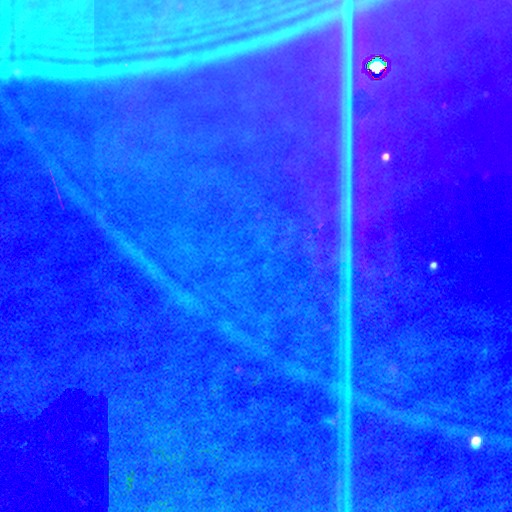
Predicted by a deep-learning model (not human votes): smooth-or-featured: star or artifact: 87% | featured or disk: 7% | smooth: 6%